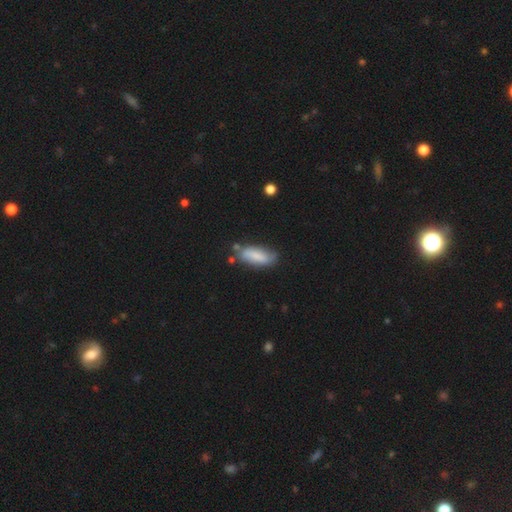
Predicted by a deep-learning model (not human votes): smooth 73%, featured or disk 20%, star or artifact 7%. Down the decision tree: how rounded — in between (72%); merging — none (63%).